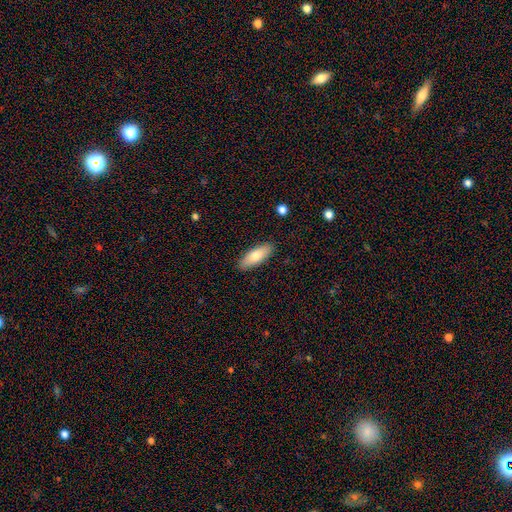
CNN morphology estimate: This is likely a smooth galaxy (75%). How rounded: likely in between (72%). Merging: clearly none (89%).